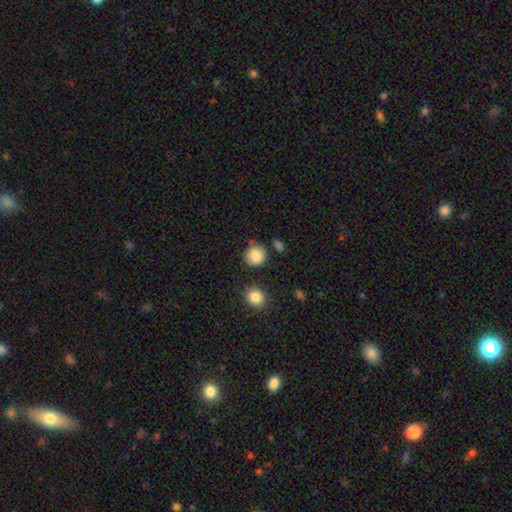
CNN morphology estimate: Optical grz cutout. It shows a smooth galaxy with no disk features (85%) that is round (90%). Merging: none (80%).